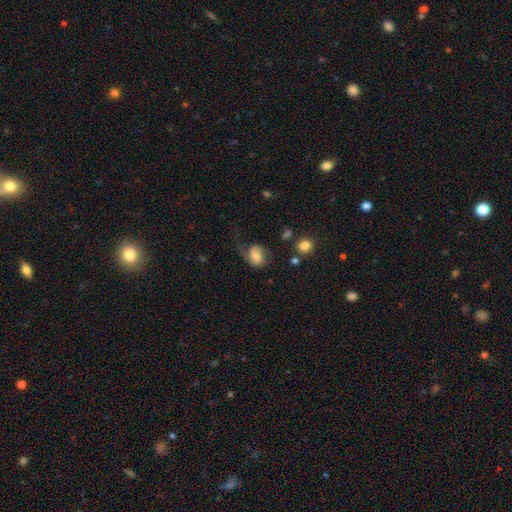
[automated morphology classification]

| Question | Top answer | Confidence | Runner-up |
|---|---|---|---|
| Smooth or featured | featured or disk | 50% | smooth (41%) |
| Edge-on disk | no | 97% | yes (3%) |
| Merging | none | 38% | major disturbance (36%) |